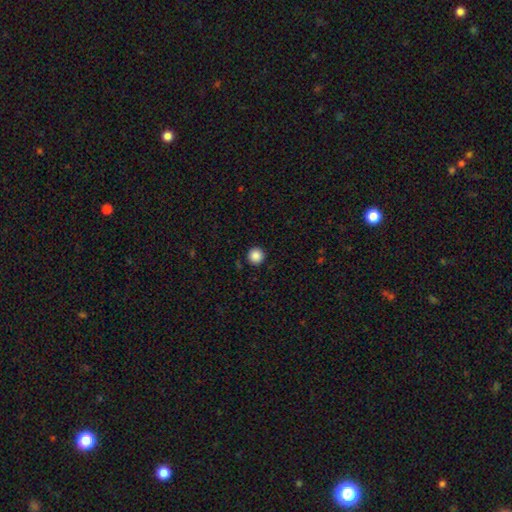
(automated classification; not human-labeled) Q: Smooth or featured?
A: smooth (87%); runner-up: star or artifact (10%)
Q: How rounded?
A: round (96%); runner-up: in between (3%)
Q: Merging?
A: none (93%); runner-up: minor disturbance (5%)